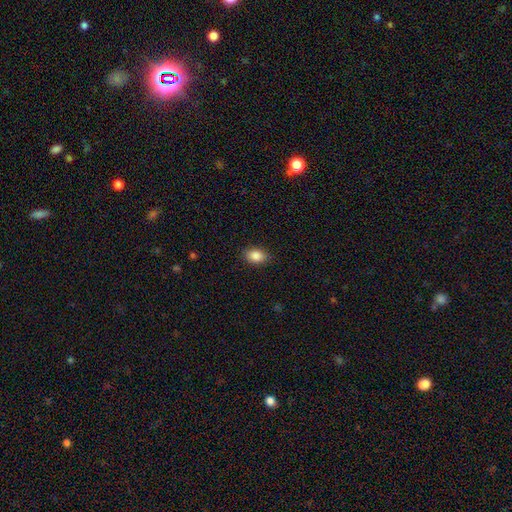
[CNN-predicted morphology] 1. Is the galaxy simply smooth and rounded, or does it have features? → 87% smooth, 8% star or artifact, 5% featured or disk.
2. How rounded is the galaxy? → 83% in between, 16% round, 1% cigar-shaped.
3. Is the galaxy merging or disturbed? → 88% none, 9% minor disturbance, 2% major disturbance, 1% merger.